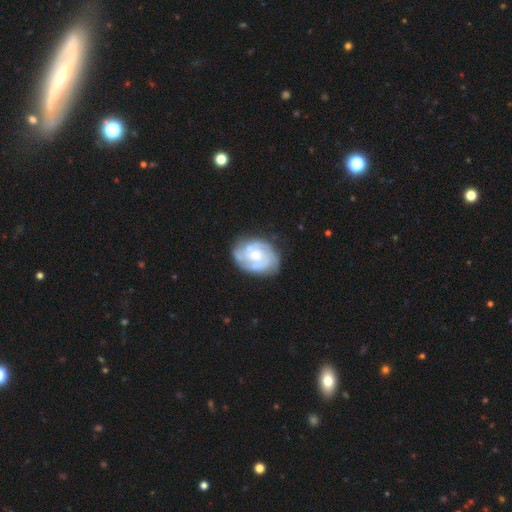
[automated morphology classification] smooth_or_featured: featured or disk (p=0.77) [alt: smooth p=0.18]
disk_edge_on: no (p=0.98) [alt: yes p=0.02]
bar: no (p=0.70) [alt: weak p=0.26]
has_spiral_arms: yes (p=0.89) [alt: no p=0.11]
spiral_winding: tight (p=0.59) [alt: medium p=0.32]
spiral_arm_count: can't tell (p=0.33) [alt: 2 p=0.27]
bulge_size: moderate (p=0.52) [alt: small p=0.40]
merging: none (p=0.68) [alt: minor disturbance p=0.22]